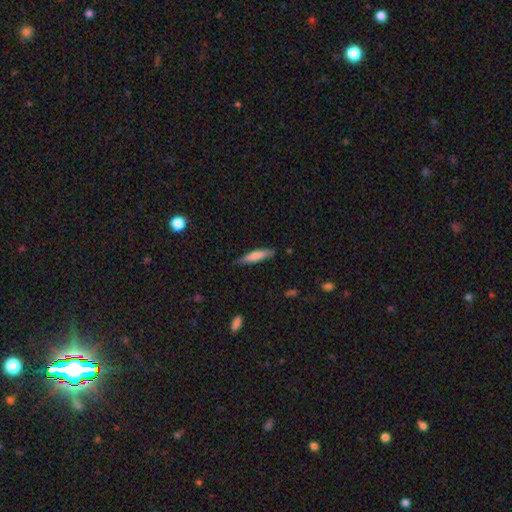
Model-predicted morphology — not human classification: smooth 70%, featured or disk 24%, star or artifact 6%. Down the decision tree: how rounded — cigar-shaped (83%); merging — none (80%).